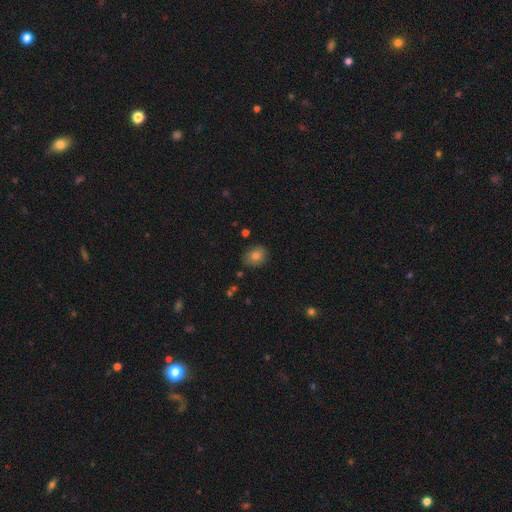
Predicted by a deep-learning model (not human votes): Smooth or featured? smooth (80%)
How rounded? in between (53%)
Merging? none (84%)